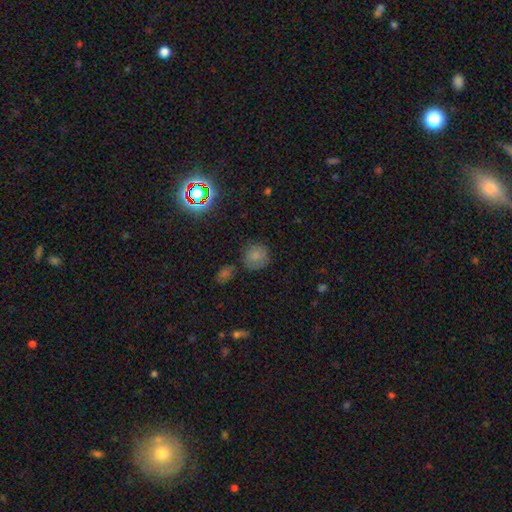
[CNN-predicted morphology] A smooth galaxy with no disk features (76%) that is round (87%). Merging: none (70%).